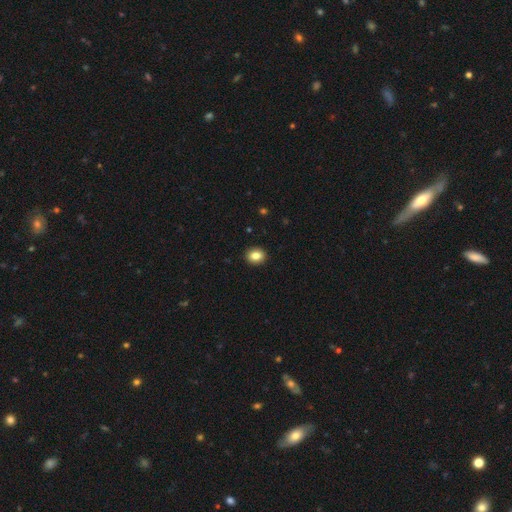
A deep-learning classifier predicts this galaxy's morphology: Smooth or featured? Predicted: smooth (p=0.84). How rounded? Predicted: round (p=0.60). Merging? Predicted: none (p=0.92).